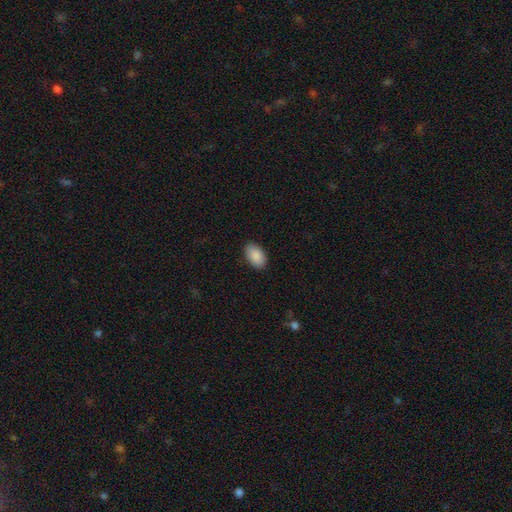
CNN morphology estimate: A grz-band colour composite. It shows a smooth galaxy with no disk features (90%) that is in between round and cigar-shaped (94%). Merging: none (89%).